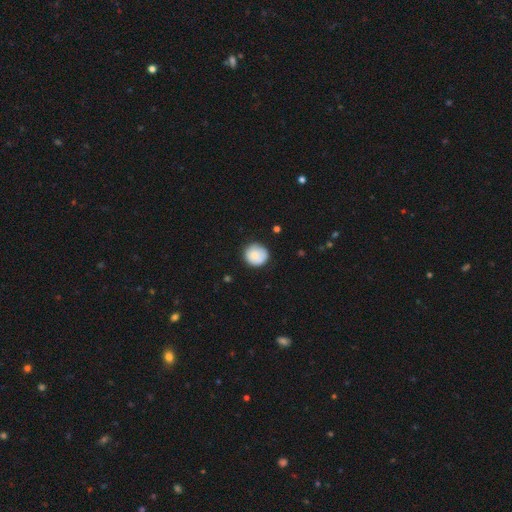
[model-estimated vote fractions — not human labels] This appears to be a smooth galaxy with no disk features (82%) that is round (92%). Merging: none (81%).